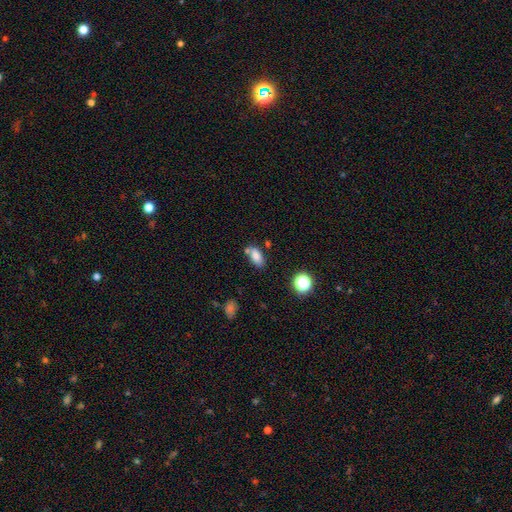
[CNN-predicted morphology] smooth 80%, star or artifact 11%, featured or disk 8%. Down the decision tree: how rounded — in between (88%); merging — none (60%).